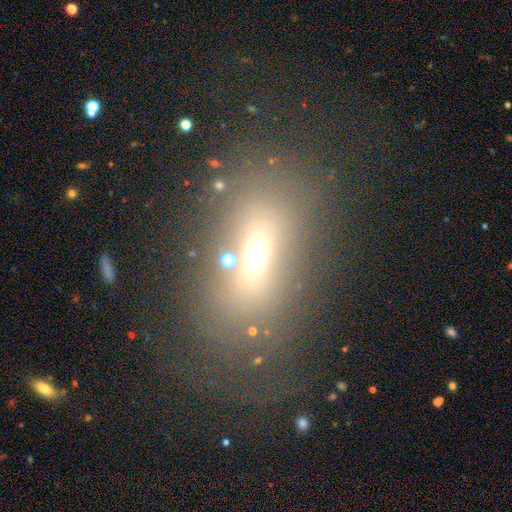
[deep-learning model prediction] A smooth galaxy with no disk features (56%) that is in between round and cigar-shaped (77%). Merging: none (59%).